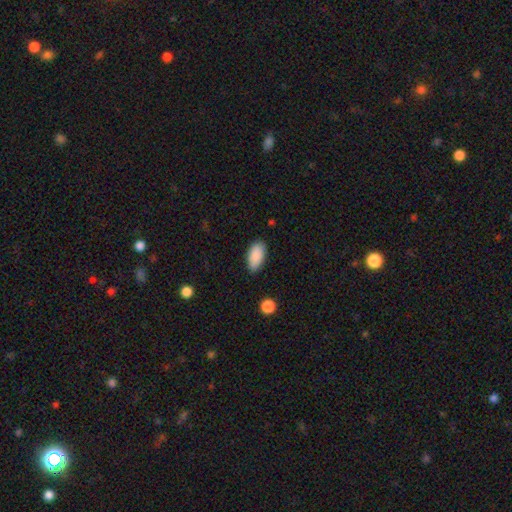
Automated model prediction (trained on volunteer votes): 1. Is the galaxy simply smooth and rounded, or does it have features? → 89% smooth, 7% star or artifact, 4% featured or disk.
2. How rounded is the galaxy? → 93% in between, 5% cigar-shaped, 2% round.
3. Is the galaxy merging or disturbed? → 83% none, 13% minor disturbance, 3% major disturbance, 1% merger.